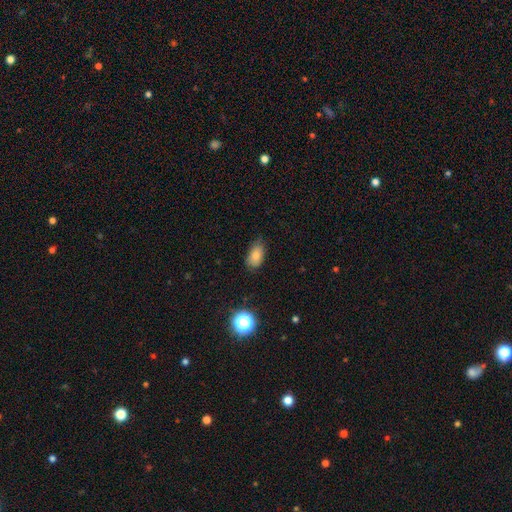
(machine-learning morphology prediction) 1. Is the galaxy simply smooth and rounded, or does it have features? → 79% smooth, 11% star or artifact, 10% featured or disk.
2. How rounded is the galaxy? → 89% in between, 9% round, 2% cigar-shaped.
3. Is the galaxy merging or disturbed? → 68% none, 26% minor disturbance, 5% major disturbance, 1% merger.